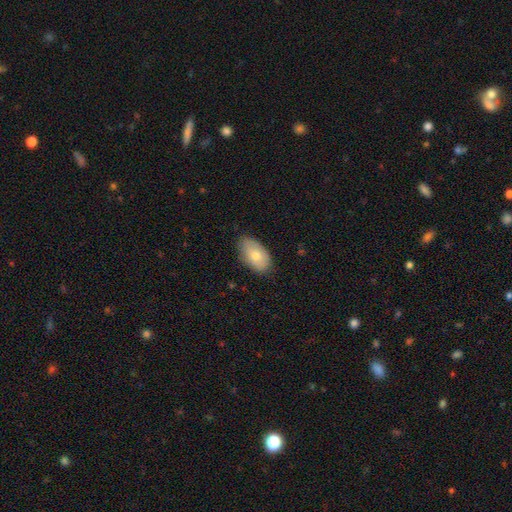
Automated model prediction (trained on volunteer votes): Smooth or featured? Predicted: smooth (p=0.73). How rounded? Predicted: in between (p=0.93). Merging? Predicted: none (p=0.79).